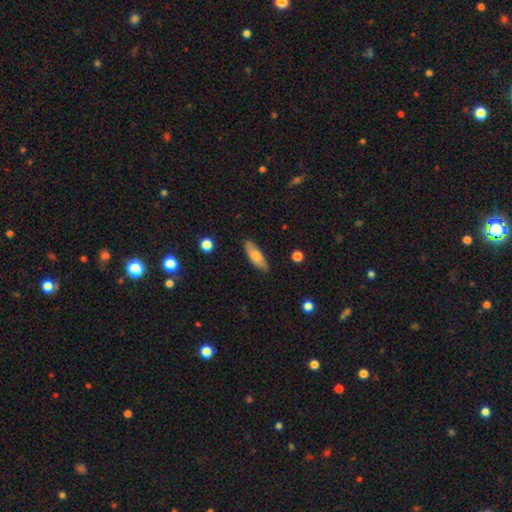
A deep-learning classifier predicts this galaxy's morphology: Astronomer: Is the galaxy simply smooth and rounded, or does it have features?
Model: smooth — 73%.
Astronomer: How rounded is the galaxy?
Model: in between — 64%.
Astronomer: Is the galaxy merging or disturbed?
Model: none — 85%.